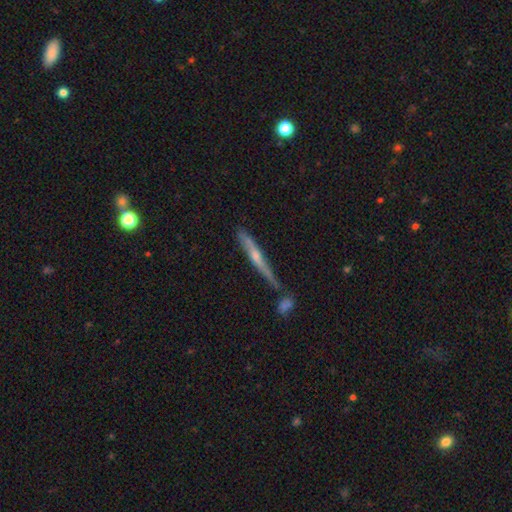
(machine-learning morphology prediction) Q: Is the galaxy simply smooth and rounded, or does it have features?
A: featured or disk — 69%.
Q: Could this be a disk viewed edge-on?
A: yes — 96%.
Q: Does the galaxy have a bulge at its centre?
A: rounded — 73%.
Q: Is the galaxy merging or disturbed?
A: none — 74%.